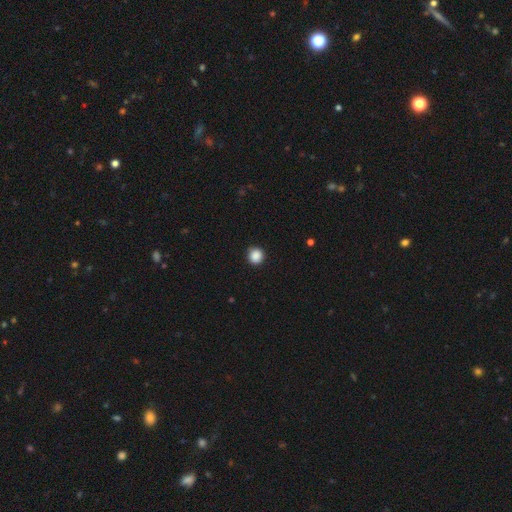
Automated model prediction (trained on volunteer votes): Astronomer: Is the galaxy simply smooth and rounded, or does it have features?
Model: smooth — 88%.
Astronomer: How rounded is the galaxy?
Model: round — 93%.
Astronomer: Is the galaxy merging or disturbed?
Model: none — 90%.